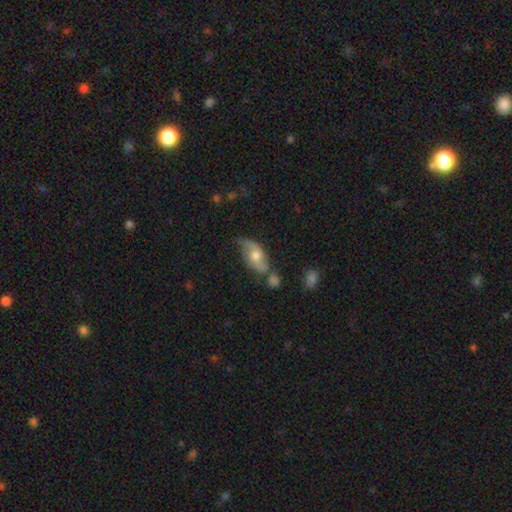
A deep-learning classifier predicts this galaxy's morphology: Q: Smooth or featured?
A: featured or disk (53%); runner-up: smooth (40%)
Q: Edge-on disk?
A: no (87%); runner-up: yes (13%)
Q: Merging?
A: none (50%); runner-up: minor disturbance (27%)